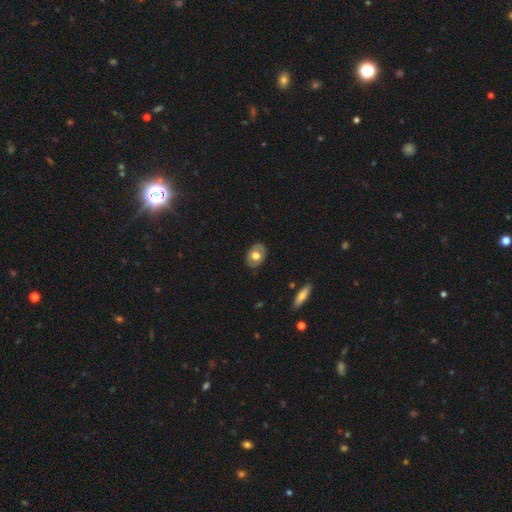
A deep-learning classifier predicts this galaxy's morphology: Overall: smooth (57%; featured or disk 36%). How rounded: in between (68%; round 30%). Merging: none (82%).